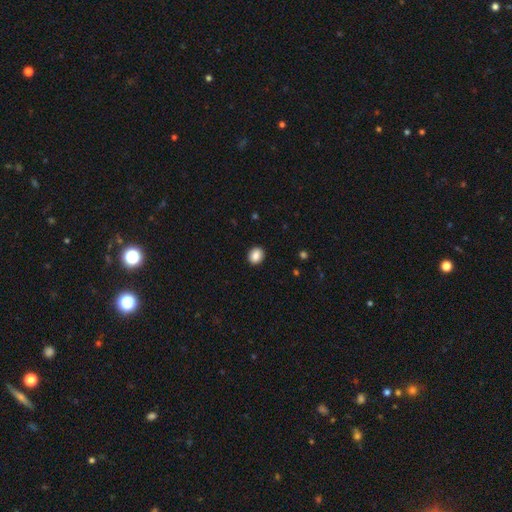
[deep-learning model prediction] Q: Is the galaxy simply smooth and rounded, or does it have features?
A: smooth — 87%.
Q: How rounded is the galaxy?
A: round — 60%.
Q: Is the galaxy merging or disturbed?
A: none — 91%.